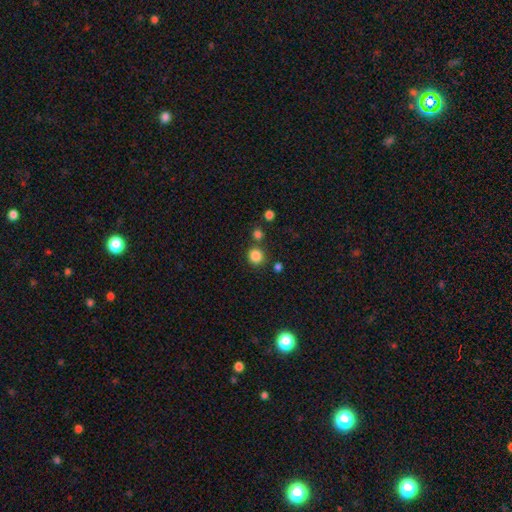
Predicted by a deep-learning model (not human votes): A smooth galaxy with no disk features (84%) that is round (90%). Merging: none (79%).